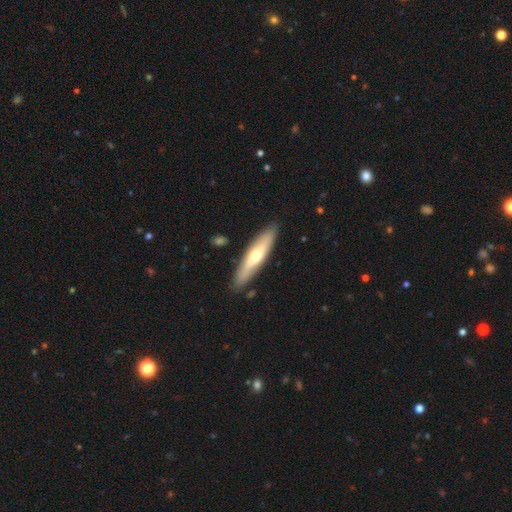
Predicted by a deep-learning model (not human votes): Smooth or featured? smooth (52%)
How rounded? cigar-shaped (74%)
Merging? none (86%)